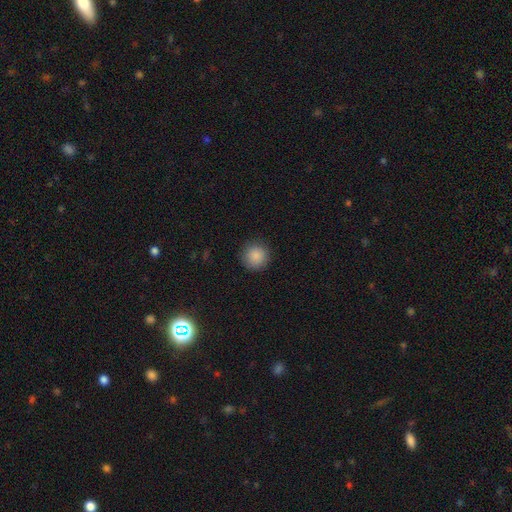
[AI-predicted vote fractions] This appears to be a smooth galaxy with no disk features (87%) that is round (95%). Merging: none (90%).